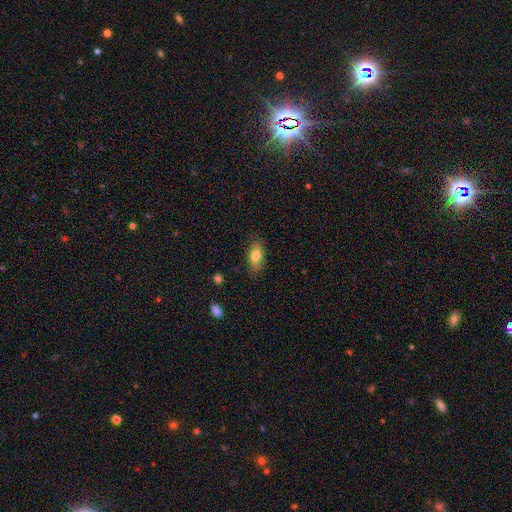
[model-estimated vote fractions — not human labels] A smooth galaxy with no disk features (76%) that is in between round and cigar-shaped (81%). Merging: none (84%).